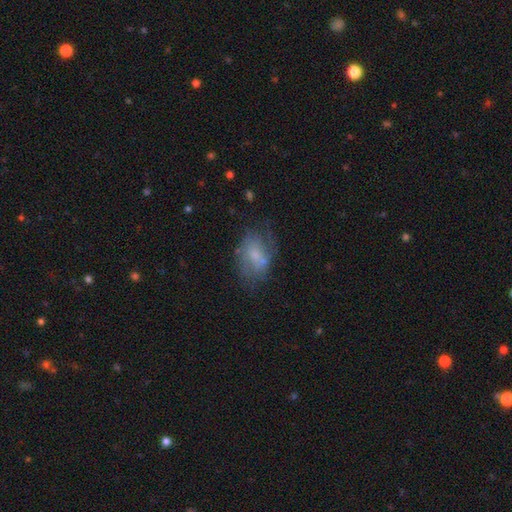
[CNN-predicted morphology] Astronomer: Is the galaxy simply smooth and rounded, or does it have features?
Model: featured or disk — 48% (runner-up: smooth, 42%).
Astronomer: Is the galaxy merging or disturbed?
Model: none — 52%.